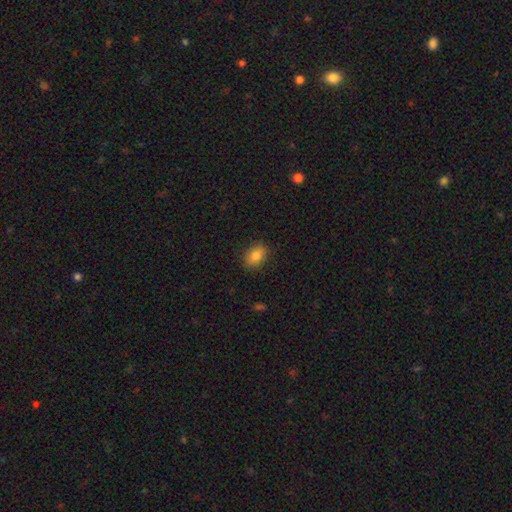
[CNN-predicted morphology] This appears to be a smooth galaxy with no disk features (83%) that is in between round and cigar-shaped (76%). Merging: none (86%).